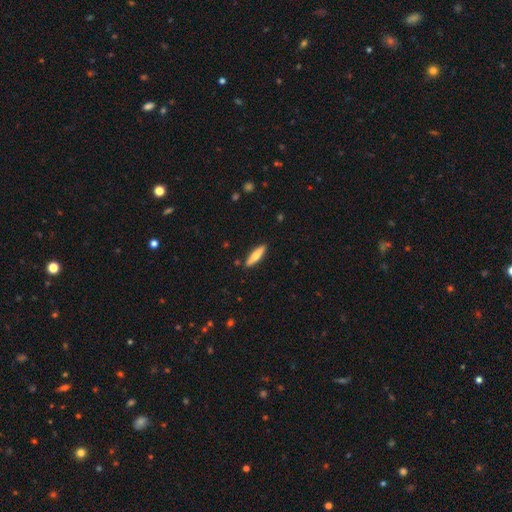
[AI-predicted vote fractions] smooth-or-featured: smooth: 66% | featured or disk: 29% | star or artifact: 6%
  how-rounded: cigar-shaped: 75% | in between: 23% | round: 2%
  merging: none: 89% | minor disturbance: 8% | major disturbance: 2% | merger: 2%